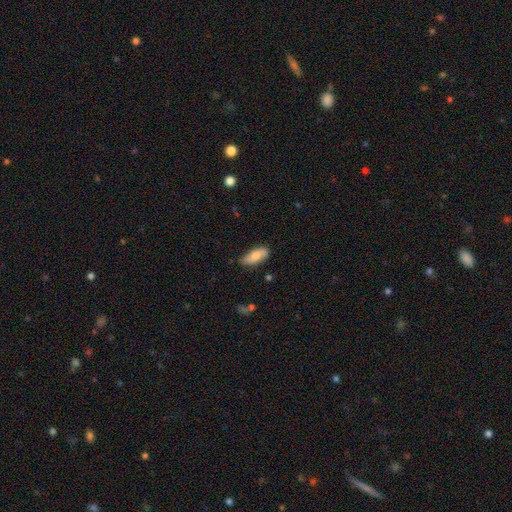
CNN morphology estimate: Q: Smooth or featured?
A: smooth (75%); runner-up: featured or disk (19%)
Q: How rounded?
A: in between (80%); runner-up: cigar-shaped (18%)
Q: Merging?
A: none (74%); runner-up: minor disturbance (21%)